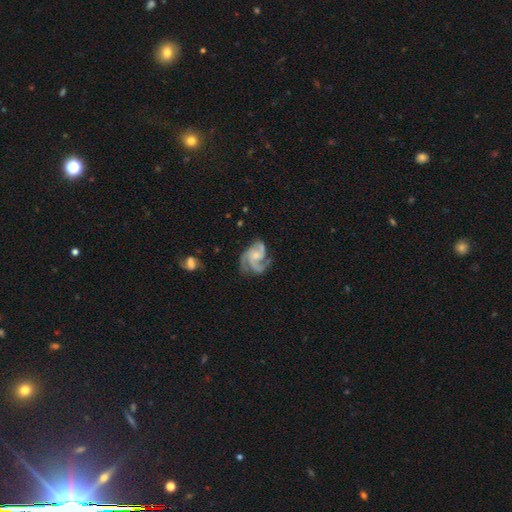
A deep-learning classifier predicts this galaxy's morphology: This appears to be a featured or disk galaxy (90%) with no bar (70%), 3 (72%) medium (54%) spiral arms (98%) and a small central bulge (60%). Merging: none (63%).